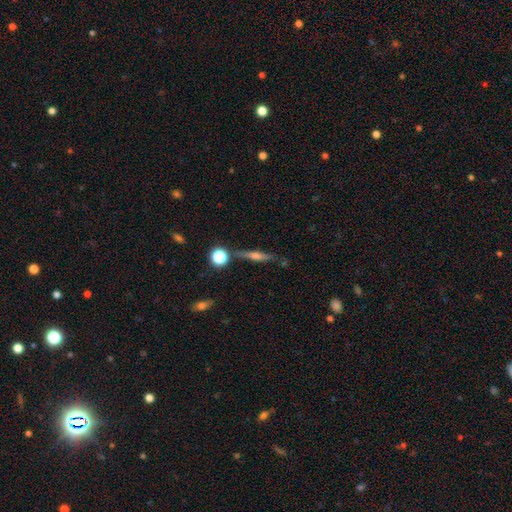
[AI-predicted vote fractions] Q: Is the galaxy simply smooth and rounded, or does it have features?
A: featured or disk — 68%.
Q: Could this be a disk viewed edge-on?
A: yes — 96%.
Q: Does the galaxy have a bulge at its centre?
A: rounded — 81%.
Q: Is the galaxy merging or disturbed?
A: none — 82%.